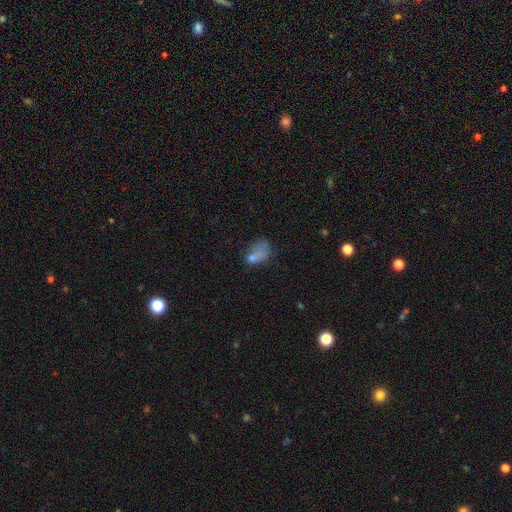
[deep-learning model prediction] Smooth or featured? Predicted: smooth (p=0.65). How rounded? Predicted: in between (p=0.80). Merging? Predicted: major disturbance (p=0.32).